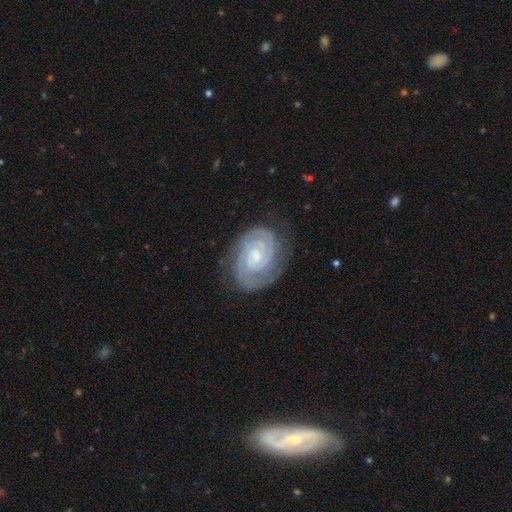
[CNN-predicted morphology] Q: Smooth or featured?
A: featured or disk (86%); runner-up: smooth (9%)
Q: Edge-on disk?
A: no (97%); runner-up: yes (3%)
Q: Bar?
A: no (58%); runner-up: weak (36%)
Q: Spiral arms?
A: yes (97%); runner-up: no (3%)
Q: Spiral winding?
A: tight (75%); runner-up: medium (22%)
Q: Spiral arm count?
A: 2 (61%); runner-up: can't tell (15%)
Q: Bulge size?
A: small (59%); runner-up: moderate (27%)
Q: Merging?
A: none (79%); runner-up: minor disturbance (15%)